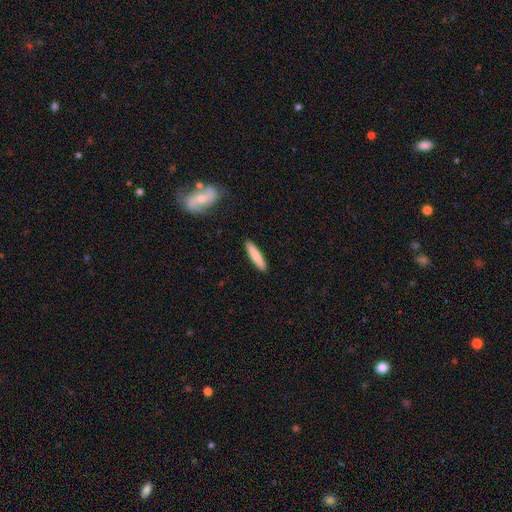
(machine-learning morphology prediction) Smooth or featured: smooth — 83% (featured or disk — 12%)
How rounded: cigar-shaped — 87% (in between — 11%)
Merging: none — 91% (minor disturbance — 6%)